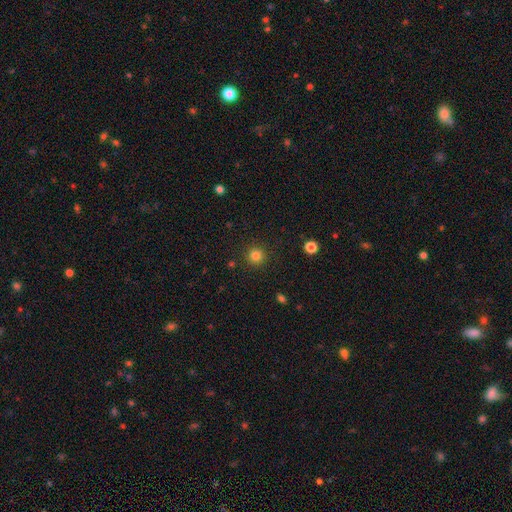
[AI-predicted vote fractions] smooth_or_featured: smooth (p=0.82) [alt: star or artifact p=0.13]
how_rounded: round (p=0.95) [alt: in between p=0.05]
merging: none (p=0.91) [alt: minor disturbance p=0.06]